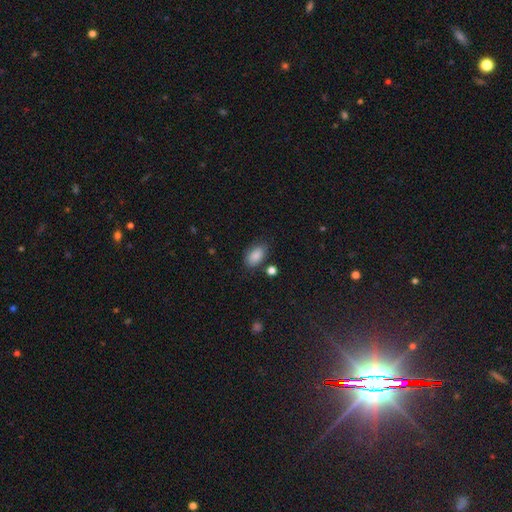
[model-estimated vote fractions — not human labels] A smooth galaxy with no disk features (86%) that is in between round and cigar-shaped (92%).

Vote fractions:
- Smooth or featured? smooth: 86% / star or artifact: 8% / featured or disk: 6%
- How rounded? in between: 92% / round: 6% / cigar-shaped: 2%
- Merging? none: 76% / minor disturbance: 16% / merger: 5% / major disturbance: 4%